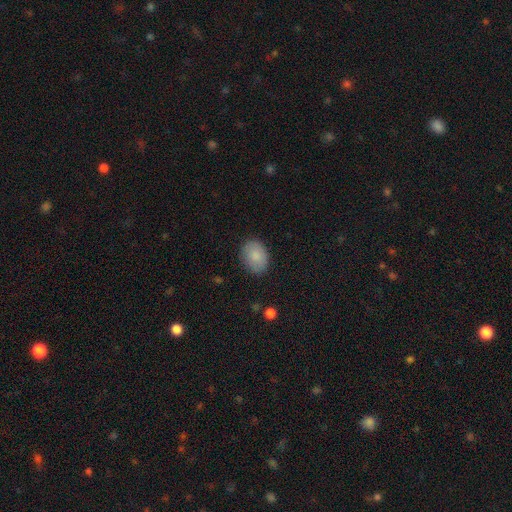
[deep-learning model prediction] smooth_or_featured: smooth (p=0.85) [alt: featured or disk p=0.08]
how_rounded: in between (p=0.73) [alt: round p=0.26]
merging: none (p=0.84) [alt: minor disturbance p=0.12]